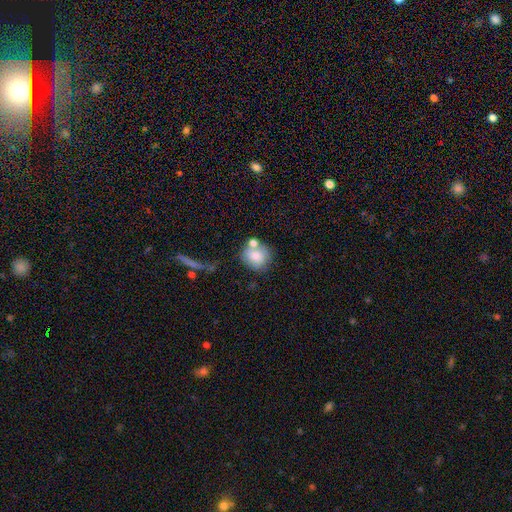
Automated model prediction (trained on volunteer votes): A smooth galaxy with no disk features (75%) that is round (74%).

Vote fractions:
- Smooth or featured? smooth: 75% / featured or disk: 17% / star or artifact: 8%
- How rounded? round: 74% / in between: 25% / cigar-shaped: 1%
- Merging? none: 47% / merger: 29% / minor disturbance: 16% / major disturbance: 8%